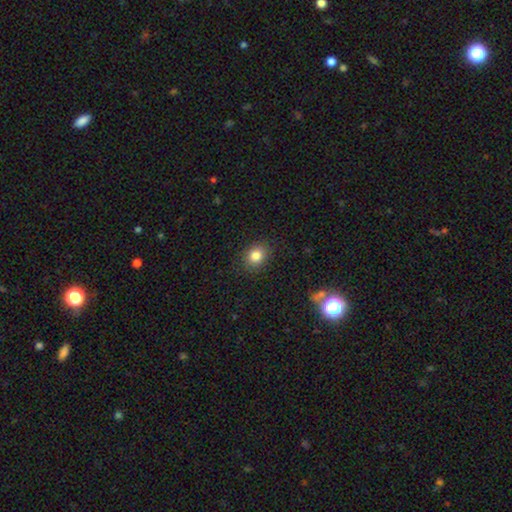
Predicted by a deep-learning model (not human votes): Overall: smooth (84%). How rounded: round (58%; in between 42%). Merging: none (88%).